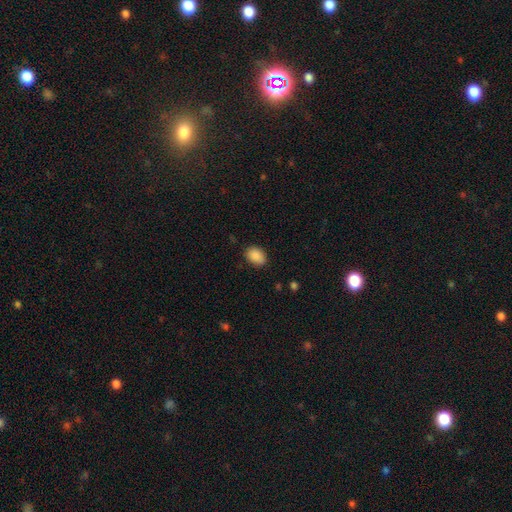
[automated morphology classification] smooth_or_featured: smooth (p=0.89) [alt: star or artifact p=0.08]
how_rounded: in between (p=0.76) [alt: round p=0.23]
merging: none (p=0.83) [alt: minor disturbance p=0.13]